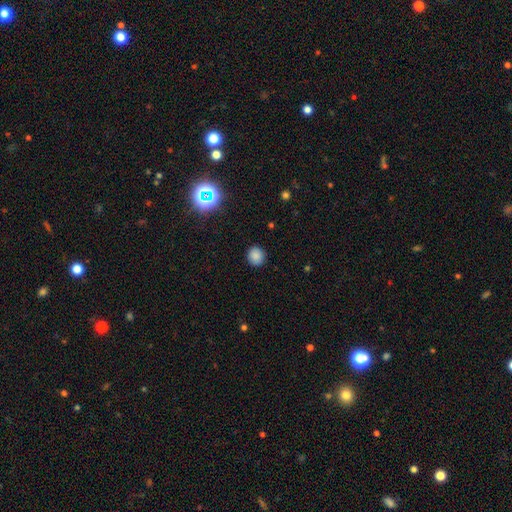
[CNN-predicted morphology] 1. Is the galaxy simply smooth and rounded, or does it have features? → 83% smooth, 13% star or artifact, 4% featured or disk.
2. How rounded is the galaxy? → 87% round, 12% in between, 1% cigar-shaped.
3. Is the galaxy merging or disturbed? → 90% none, 6% minor disturbance, 2% major disturbance, 1% merger.